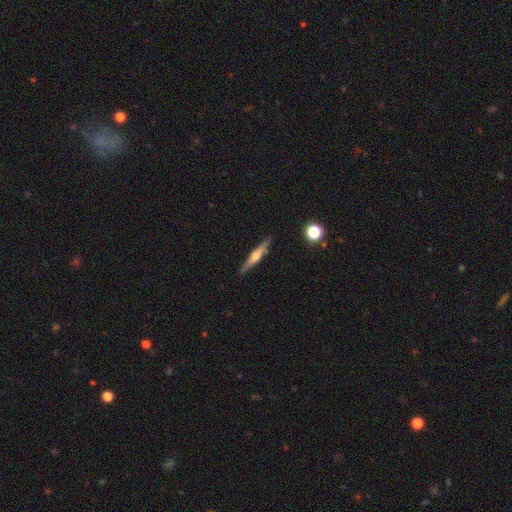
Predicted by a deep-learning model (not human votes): smooth_or_featured: featured or disk (p=0.65) [alt: smooth p=0.29]
disk_edge_on: yes (p=0.97) [alt: no p=0.03]
edge_on_bulge: rounded (p=0.81) [alt: boxy p=0.10]
merging: none (p=0.88) [alt: minor disturbance p=0.08]